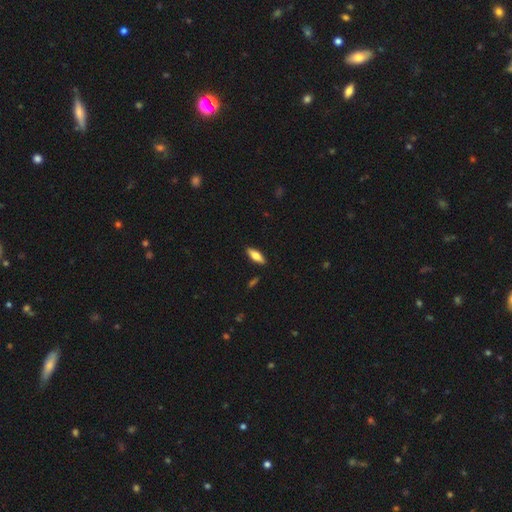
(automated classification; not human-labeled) Smooth or featured? smooth (66%)
How rounded? in between (60%)
Merging? none (89%)